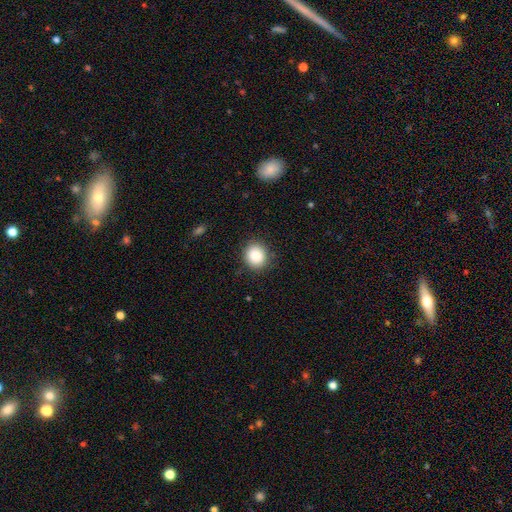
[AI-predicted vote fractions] Overall: smooth (87%). How rounded: round (75%). Merging: none (87%).